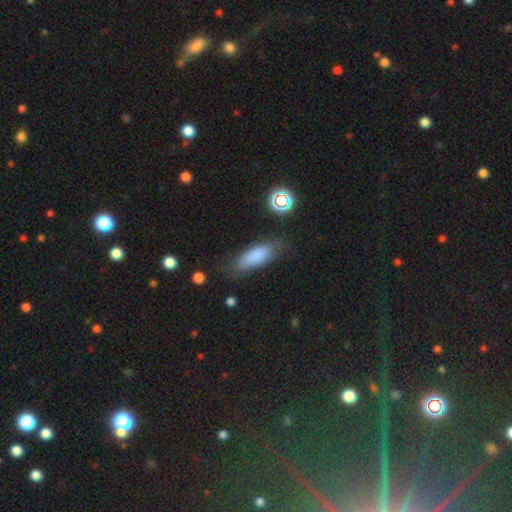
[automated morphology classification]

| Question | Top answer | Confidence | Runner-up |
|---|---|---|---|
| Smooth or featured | smooth | 81% | featured or disk (10%) |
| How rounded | in between | 67% | cigar-shaped (31%) |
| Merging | none | 76% | minor disturbance (17%) |